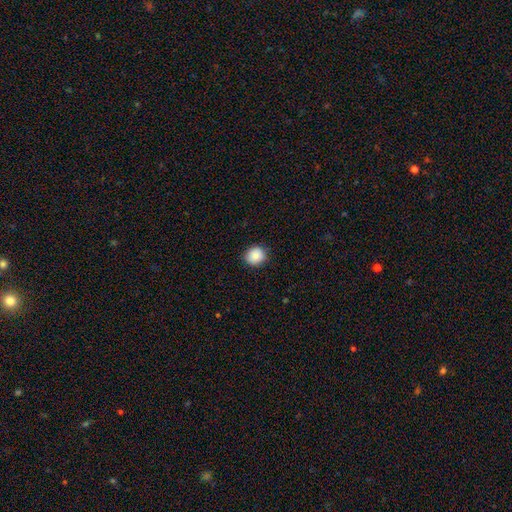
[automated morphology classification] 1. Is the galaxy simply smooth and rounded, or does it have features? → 86% smooth, 9% star or artifact, 6% featured or disk.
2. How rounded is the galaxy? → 84% round, 15% in between, 1% cigar-shaped.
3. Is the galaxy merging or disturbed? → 87% none, 10% minor disturbance, 2% major disturbance, 1% merger.